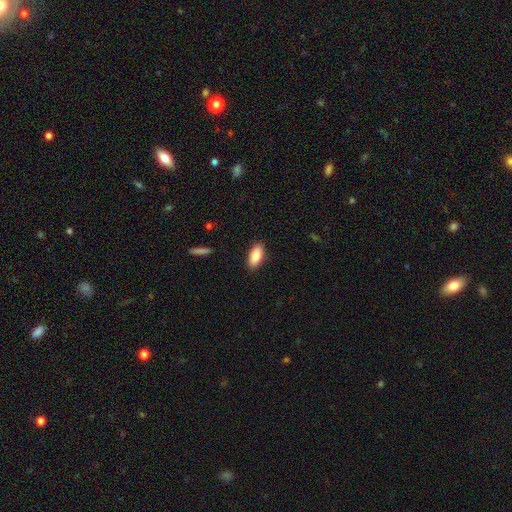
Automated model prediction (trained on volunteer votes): A smooth galaxy with no disk features (87%) that is in between round and cigar-shaped (87%).

Vote fractions:
- Smooth or featured? smooth: 87% / featured or disk: 7% / star or artifact: 6%
- How rounded? in between: 87% / cigar-shaped: 11% / round: 2%
- Merging? none: 88% / minor disturbance: 9% / major disturbance: 2% / merger: 1%